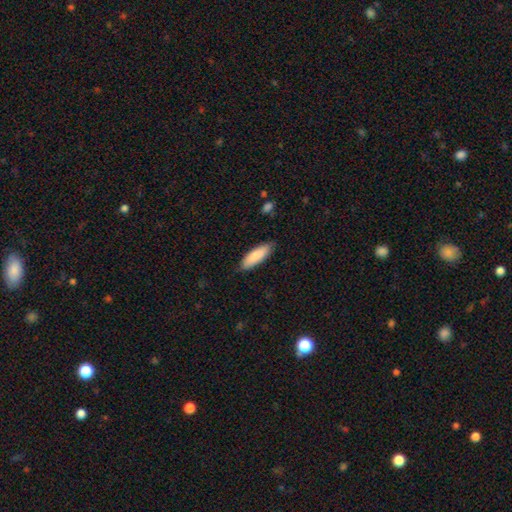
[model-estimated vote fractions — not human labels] smooth-or-featured: smooth: 86% | featured or disk: 8% | star or artifact: 5%
  how-rounded: in between: 58% | cigar-shaped: 40% | round: 1%
  merging: none: 84% | minor disturbance: 12% | major disturbance: 2% | merger: 1%